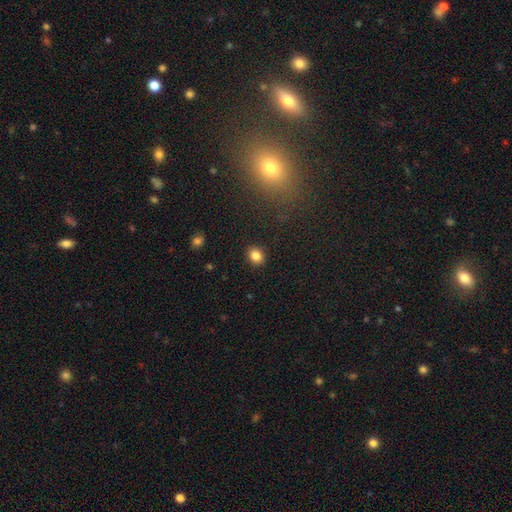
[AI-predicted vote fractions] Smooth or featured?
  - smooth: 84% *
  - star or artifact: 11%
  - featured or disk: 5%
How rounded?
  - round: 60% *
  - in between: 39%
  - cigar-shaped: 1%
Merging?
  - none: 90% *
  - minor disturbance: 7%
  - major disturbance: 2%
  - merger: 1%